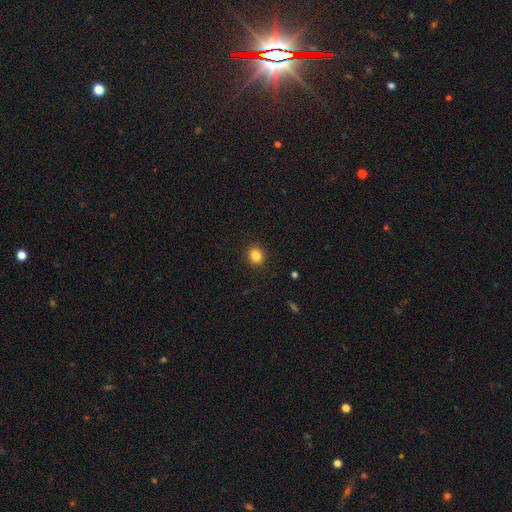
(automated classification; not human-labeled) Overall: smooth (84%). How rounded: round (78%). Merging: none (91%).